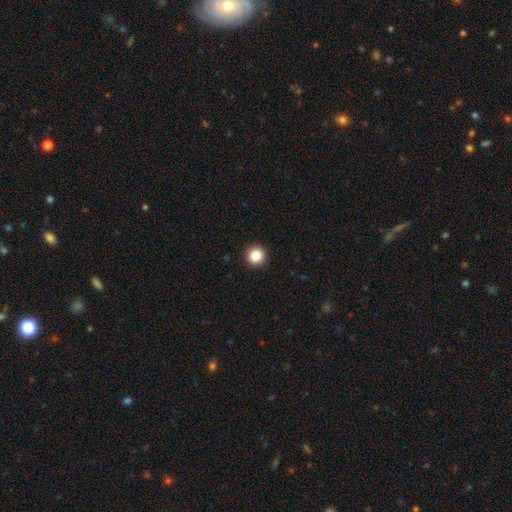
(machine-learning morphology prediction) Overall: smooth (88%). How rounded: round (95%). Merging: none (93%).